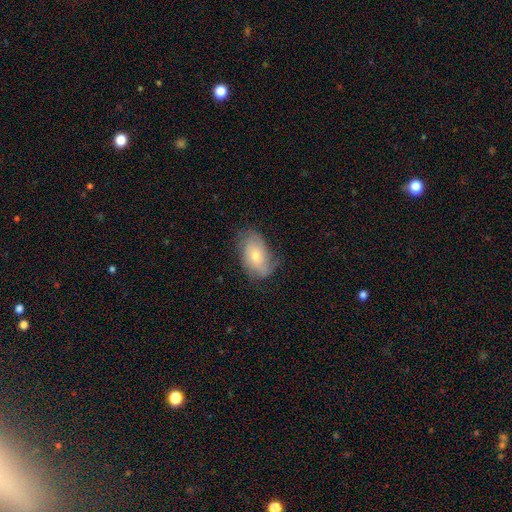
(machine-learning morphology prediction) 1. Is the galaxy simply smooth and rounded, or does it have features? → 48% smooth, 45% featured or disk, 8% star or artifact.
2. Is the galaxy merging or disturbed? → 58% none, 29% minor disturbance, 12% major disturbance, 1% merger.